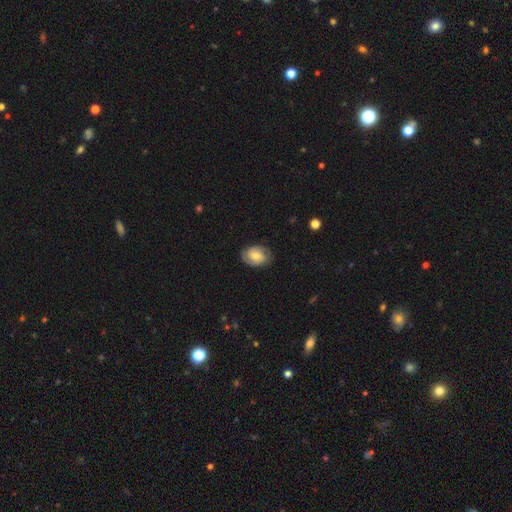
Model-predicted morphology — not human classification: smooth_or_featured: featured or disk (p=0.60) [alt: smooth p=0.33]
disk_edge_on: no (p=0.96) [alt: yes p=0.04]
bar: no (p=0.48) [alt: weak p=0.41]
has_spiral_arms: yes (p=0.88) [alt: no p=0.12]
spiral_winding: tight (p=0.52) [alt: medium p=0.36]
spiral_arm_count: 2 (p=0.78) [alt: can't tell p=0.13]
bulge_size: moderate (p=0.57) [alt: small p=0.35]
merging: none (p=0.81) [alt: minor disturbance p=0.14]